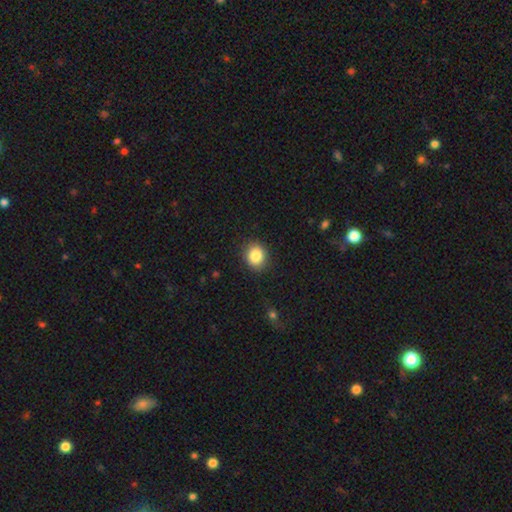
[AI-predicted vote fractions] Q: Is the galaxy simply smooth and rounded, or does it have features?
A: smooth — 85%.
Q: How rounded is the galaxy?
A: round — 71%.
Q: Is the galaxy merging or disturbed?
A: none — 89%.